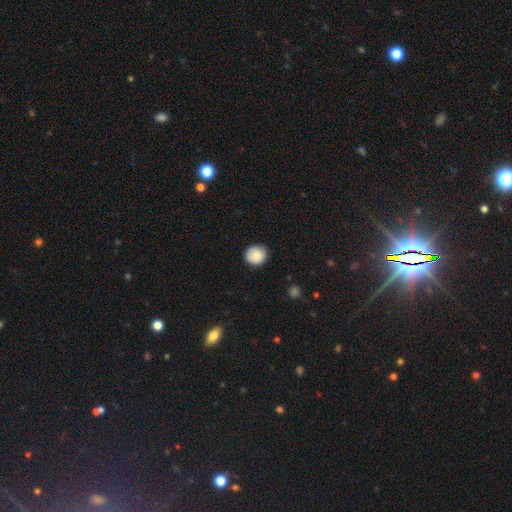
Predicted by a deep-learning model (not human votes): Smooth or featured? smooth (86%)
How rounded? round (91%)
Merging? none (87%)